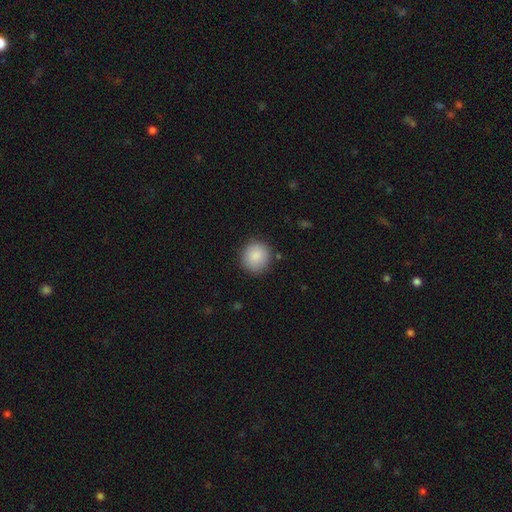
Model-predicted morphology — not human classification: Smooth or featured? Predicted: smooth (p=0.88). How rounded? Predicted: round (p=0.90). Merging? Predicted: none (p=0.87).